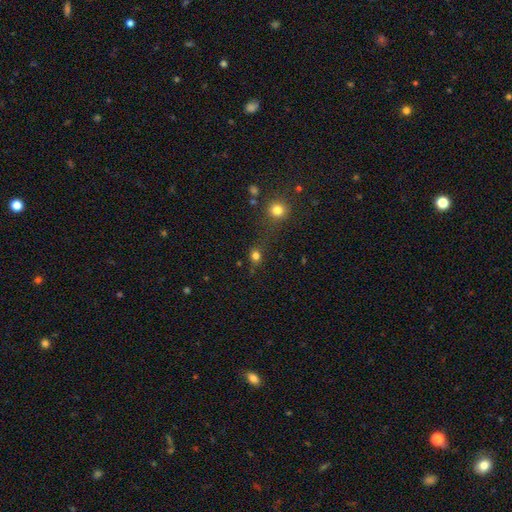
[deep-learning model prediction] Morphology: type=smooth (75%); roundness=round (83%); merging=none (69%).